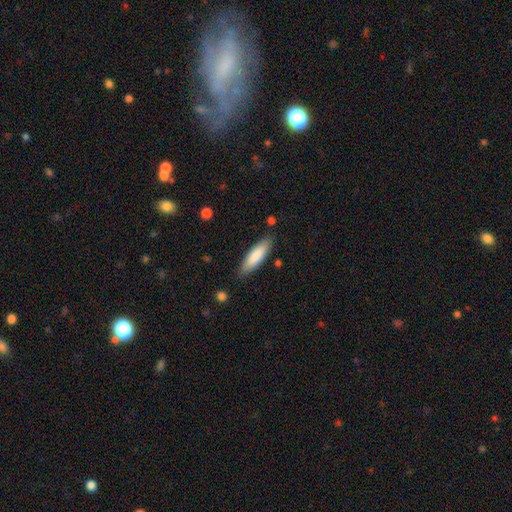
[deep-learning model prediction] smooth 83%, featured or disk 12%, star or artifact 5%. Down the decision tree: how rounded — cigar-shaped (59%); merging — none (85%).